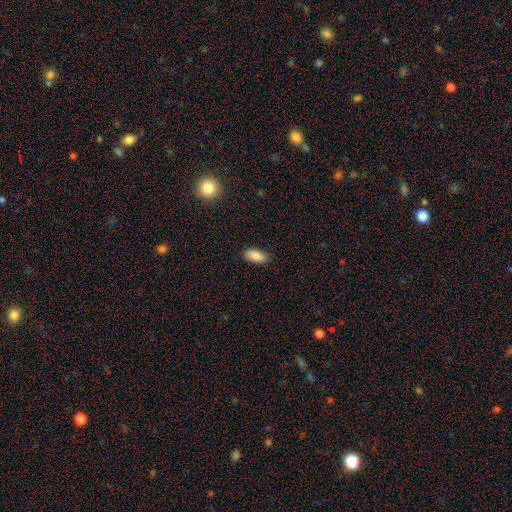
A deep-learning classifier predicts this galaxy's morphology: Smooth or featured? Predicted: smooth (p=0.87). How rounded? Predicted: in between (p=0.91). Merging? Predicted: none (p=0.84).